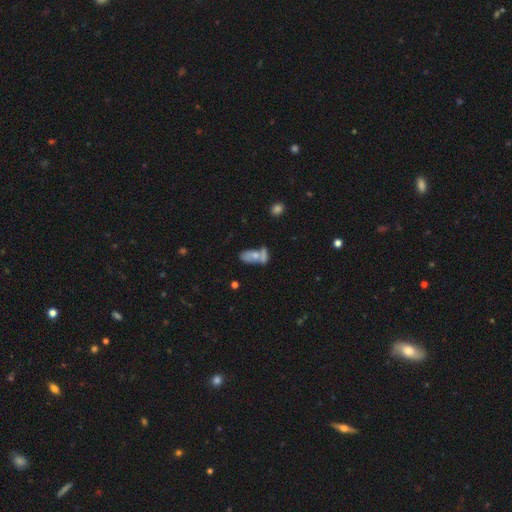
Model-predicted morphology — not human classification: Smooth or featured? Predicted: smooth (p=0.63). How rounded? Predicted: in between (p=0.84). Merging? Predicted: merger (p=0.50).